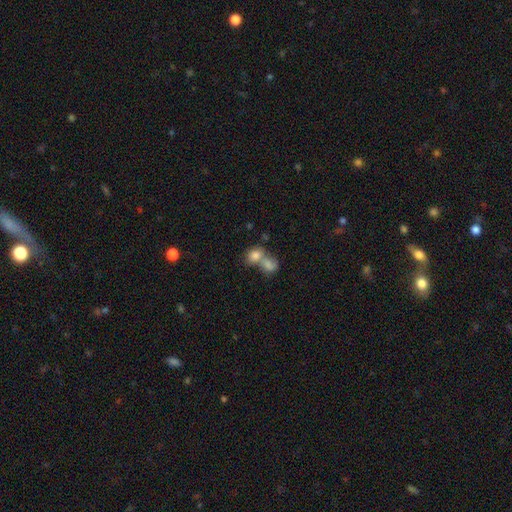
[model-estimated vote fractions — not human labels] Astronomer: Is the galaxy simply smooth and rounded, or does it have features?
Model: smooth — 80%.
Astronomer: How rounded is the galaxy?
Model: in between — 57% (runner-up: round, 42%).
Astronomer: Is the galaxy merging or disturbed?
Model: merger — 66%.